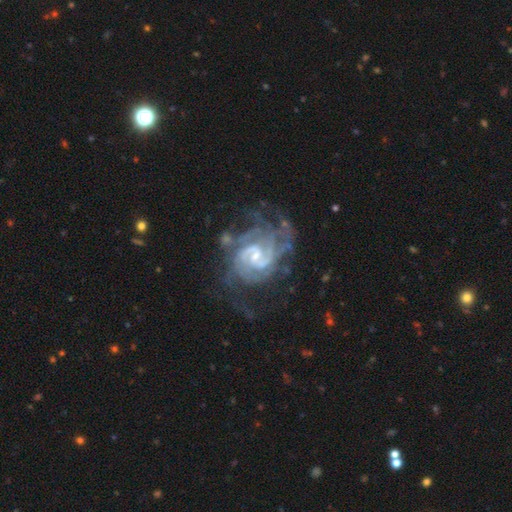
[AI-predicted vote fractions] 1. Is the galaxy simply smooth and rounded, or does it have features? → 90% featured or disk, 6% star or artifact, 4% smooth.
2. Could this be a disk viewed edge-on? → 98% no, 2% yes.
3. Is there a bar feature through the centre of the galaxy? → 54% weak, 32% no, 14% strong.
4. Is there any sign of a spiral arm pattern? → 97% yes, 3% no.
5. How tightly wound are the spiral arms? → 55% tight, 37% medium, 8% loose.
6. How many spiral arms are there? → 41% 2, 23% can't tell, 16% 3, 9% 4, 6% more than 4, 5% 1.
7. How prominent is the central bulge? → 59% small, 32% moderate, 6% none, 2% large, 1% dominant.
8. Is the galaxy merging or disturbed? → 56% none, 20% minor disturbance, 19% major disturbance, 5% merger.